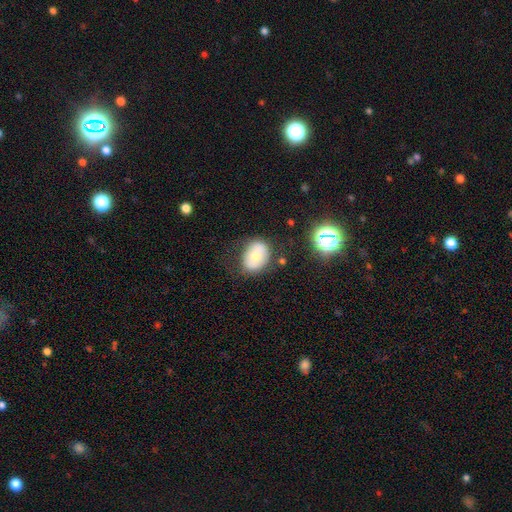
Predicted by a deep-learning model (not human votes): smooth 62%, featured or disk 28%, star or artifact 10%. Down the decision tree: how rounded — in between (60%); merging — none (70%).